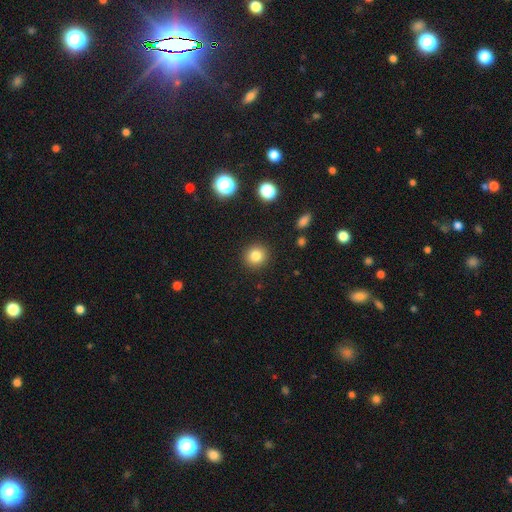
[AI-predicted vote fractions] A smooth galaxy with no disk features (83%) that is round (91%). Merging: none (91%).